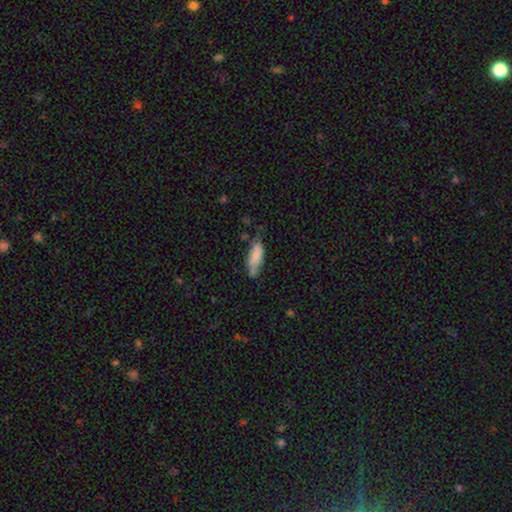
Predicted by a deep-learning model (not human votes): Overall: smooth (78%). How rounded: in between (66%; cigar-shaped 33%). Merging: none (44%; minor disturbance 32%).